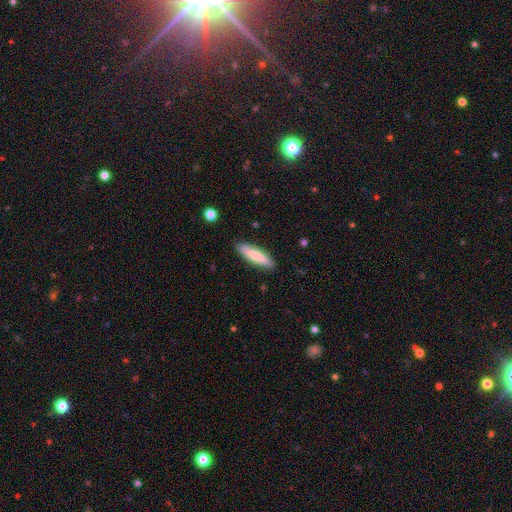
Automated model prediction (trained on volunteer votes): Q: Smooth or featured?
A: smooth (73%); runner-up: featured or disk (21%)
Q: How rounded?
A: cigar-shaped (71%); runner-up: in between (28%)
Q: Merging?
A: none (87%); runner-up: minor disturbance (10%)